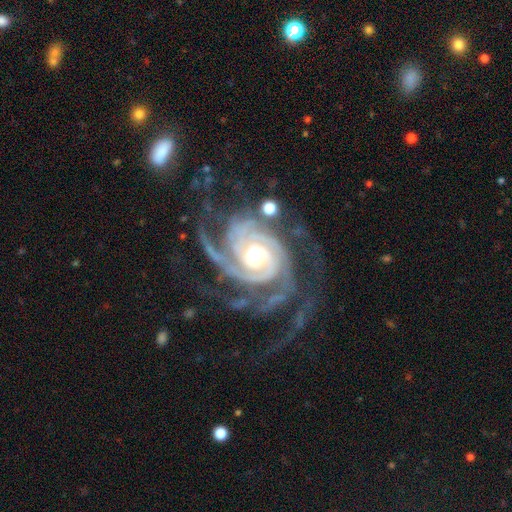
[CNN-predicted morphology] This appears to be a featured or disk galaxy (94%) with no bar (64%), 3 (34%) tight (70%) spiral arms (99%) and a moderate central bulge (70%). Merging: none (60%).